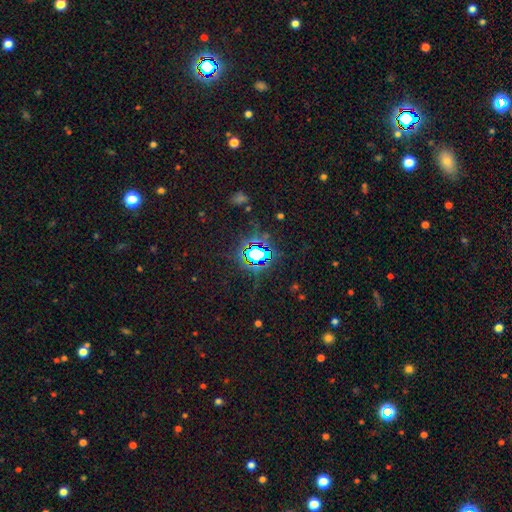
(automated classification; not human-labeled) Smooth or featured? star or artifact (76%)